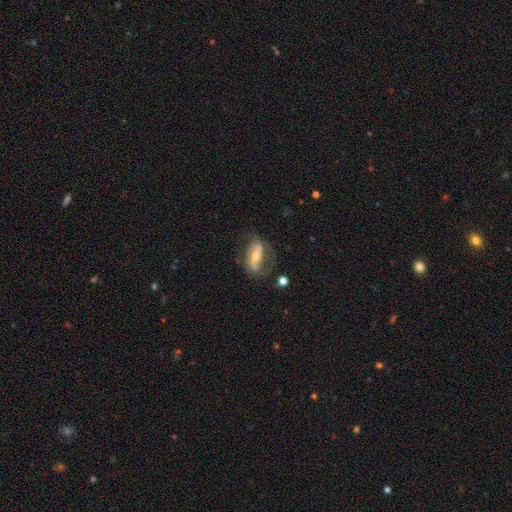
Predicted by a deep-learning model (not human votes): smooth_or_featured: featured or disk (p=0.70) [alt: smooth p=0.23]
disk_edge_on: no (p=0.88) [alt: yes p=0.12]
bar: strong (p=0.51) [alt: weak p=0.25]
has_spiral_arms: yes (p=0.76) [alt: no p=0.24]
bulge_size: moderate (p=0.55) [alt: small p=0.39]
merging: none (p=0.61) [alt: minor disturbance p=0.21]